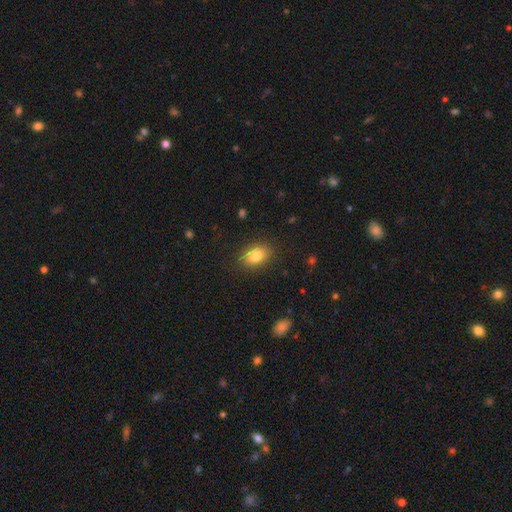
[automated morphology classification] smooth-or-featured: smooth: 79% | featured or disk: 11% | star or artifact: 9%
  how-rounded: in between: 80% | round: 17% | cigar-shaped: 2%
  merging: none: 85% | minor disturbance: 11% | major disturbance: 3% | merger: 1%